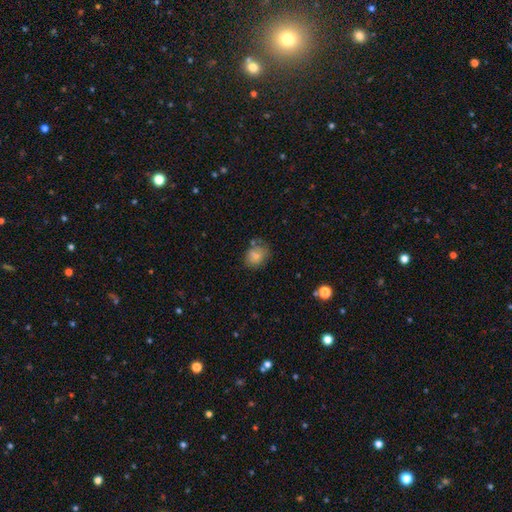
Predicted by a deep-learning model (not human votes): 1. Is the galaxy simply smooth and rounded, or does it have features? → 76% smooth, 14% featured or disk, 10% star or artifact.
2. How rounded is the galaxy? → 54% round, 45% in between, 1% cigar-shaped.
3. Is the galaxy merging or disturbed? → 59% none, 25% minor disturbance, 10% major disturbance, 6% merger.